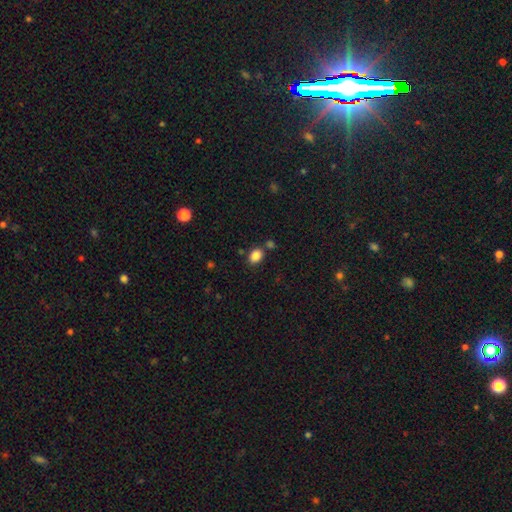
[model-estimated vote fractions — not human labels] The model was most divided on "how rounded": in between: 67%, round: 32%, cigar-shaped: 1%. More confident: smooth or featured — smooth (86%); merging — none (76%).